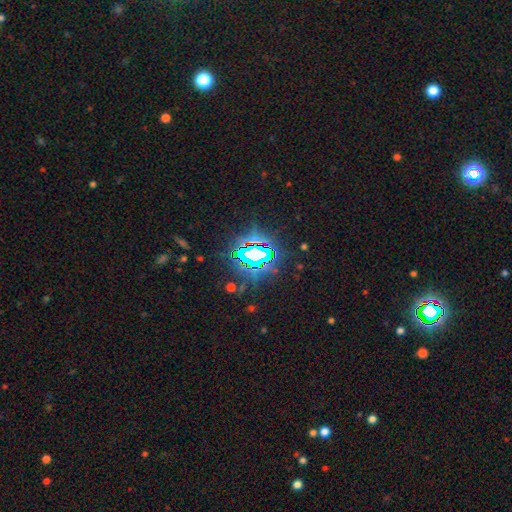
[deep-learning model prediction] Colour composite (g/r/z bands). It shows a star or artifact, not a galaxy (77%).